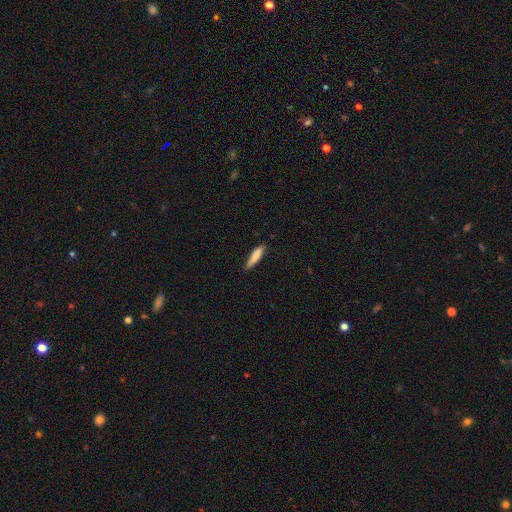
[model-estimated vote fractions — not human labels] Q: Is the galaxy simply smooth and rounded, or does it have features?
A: smooth — 81%.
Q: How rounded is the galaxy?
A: cigar-shaped — 79%.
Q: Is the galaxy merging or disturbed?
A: none — 73%.